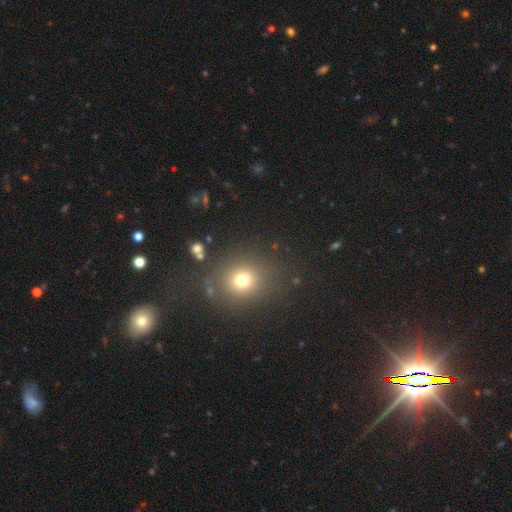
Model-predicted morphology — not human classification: A smooth galaxy with no disk features (46%).

Vote fractions:
- Smooth or featured? smooth: 46% / star or artifact: 43% / featured or disk: 10%
- Merging? none: 82% / minor disturbance: 9% / merger: 4% / major disturbance: 4%